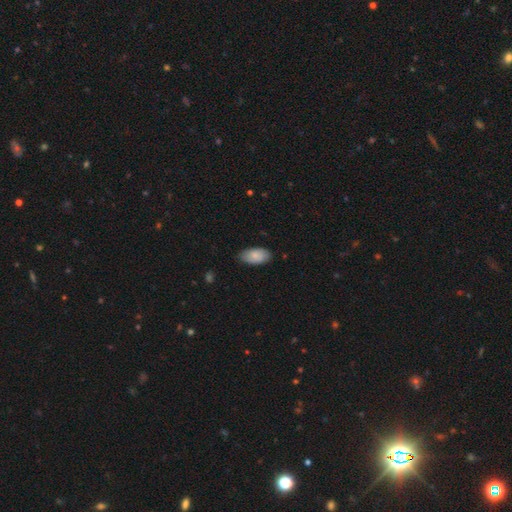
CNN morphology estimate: Smooth or featured? Predicted: smooth (p=0.82). How rounded? Predicted: in between (p=0.95). Merging? Predicted: none (p=0.78).